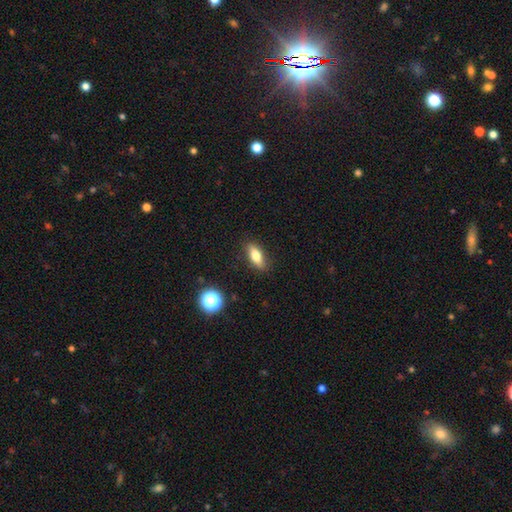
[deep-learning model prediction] Smooth or featured? Predicted: smooth (p=0.73). How rounded? Predicted: in between (p=0.70). Merging? Predicted: none (p=0.85).